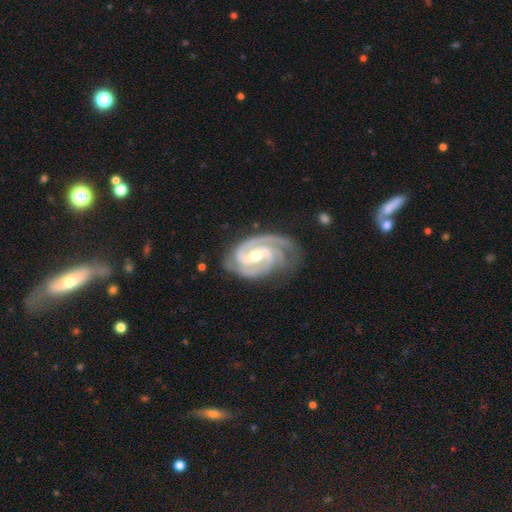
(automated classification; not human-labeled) Smooth or featured?
  - featured or disk: 94% *
  - star or artifact: 3%
  - smooth: 3%
Edge-on disk?
  - no: 98% *
  - yes: 2%
Bar?
  - strong: 44% *
  - weak: 41%
  - no: 15%
Spiral arms?
  - yes: 99% *
  - no: 1%
Spiral winding?
  - tight: 54% *
  - medium: 40%
  - loose: 5%
Spiral arm count?
  - 2: 51% *
  - 3: 36%
  - can't tell: 5%
  - 4: 4%
  - 1: 3%
  - more than 4: 3%
Bulge size?
  - moderate: 57% *
  - small: 39%
  - large: 2%
  - none: 1%
  - dominant: 1%
Merging?
  - none: 70% *
  - minor disturbance: 20%
  - major disturbance: 8%
  - merger: 2%